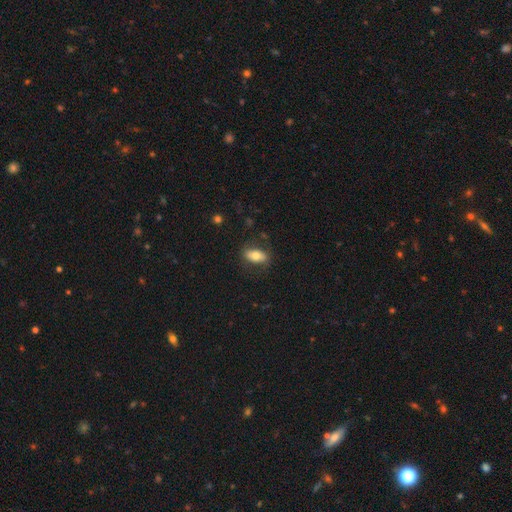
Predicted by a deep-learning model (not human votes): Q: Smooth or featured?
A: smooth (70%); runner-up: featured or disk (23%)
Q: How rounded?
A: in between (86%); runner-up: cigar-shaped (8%)
Q: Merging?
A: none (77%); runner-up: minor disturbance (15%)